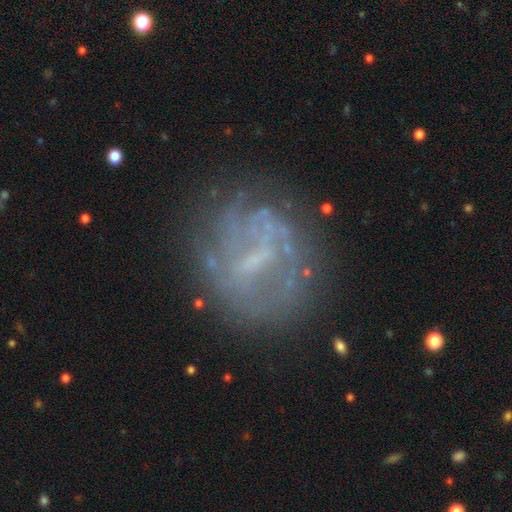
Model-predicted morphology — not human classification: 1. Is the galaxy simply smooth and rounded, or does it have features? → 71% featured or disk, 17% smooth, 12% star or artifact.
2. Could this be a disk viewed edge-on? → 97% no, 3% yes.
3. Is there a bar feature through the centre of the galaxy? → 46% weak, 28% no, 27% strong.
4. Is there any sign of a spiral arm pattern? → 58% yes, 42% no.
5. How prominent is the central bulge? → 49% none, 33% small, 15% moderate, 2% large, 1% dominant.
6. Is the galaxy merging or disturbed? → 68% none, 16% minor disturbance, 13% major disturbance, 2% merger.